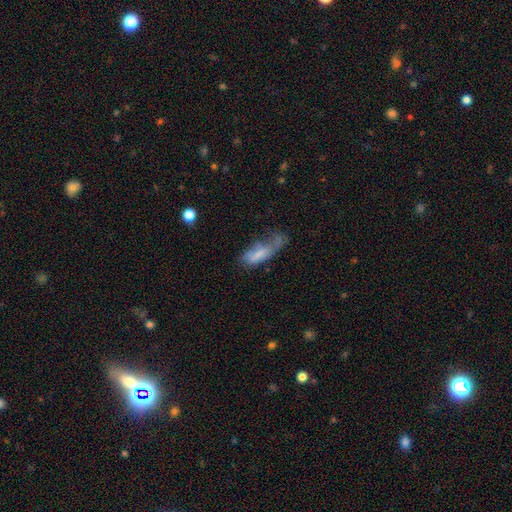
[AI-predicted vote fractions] This appears to be a smooth galaxy with no disk features (62%) that is in between round and cigar-shaped (58%). Merging: major disturbance (32%).